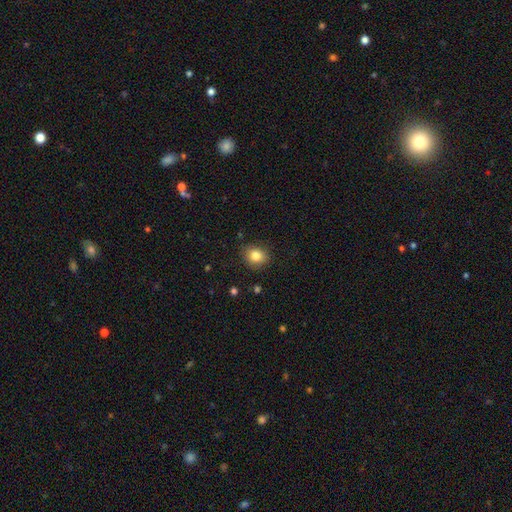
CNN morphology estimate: type=smooth (83%); roundness=round (69%); merging=none (86%).